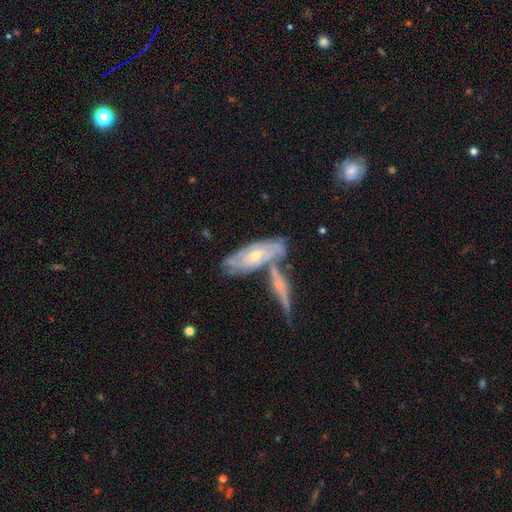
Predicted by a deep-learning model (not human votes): Q: Smooth or featured?
A: featured or disk (73%); runner-up: smooth (20%)
Q: Edge-on disk?
A: no (78%); runner-up: yes (22%)
Q: Bar?
A: no (71%); runner-up: weak (23%)
Q: Spiral arms?
A: yes (80%); runner-up: no (20%)
Q: Bulge size?
A: moderate (51%); runner-up: small (45%)
Q: Merging?
A: none (50%); runner-up: merger (30%)